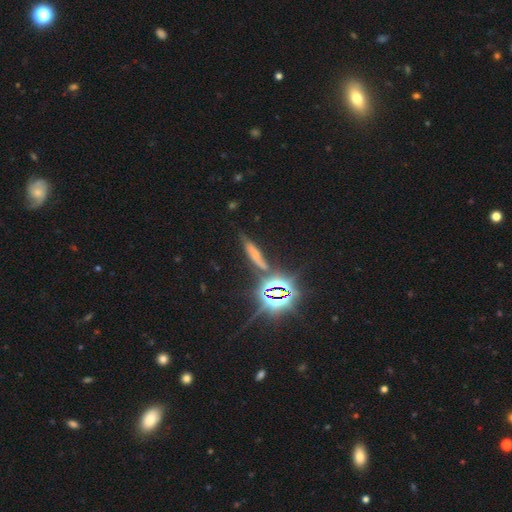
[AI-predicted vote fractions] The model was most divided on "smooth or featured": star or artifact: 40%, smooth: 37%, featured or disk: 23%.